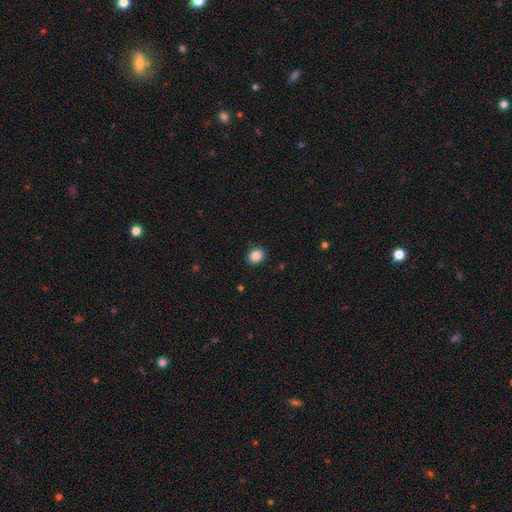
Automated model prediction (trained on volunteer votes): Smooth or featured? Predicted: smooth (p=0.88). How rounded? Predicted: round (p=0.57). Merging? Predicted: none (p=0.88).